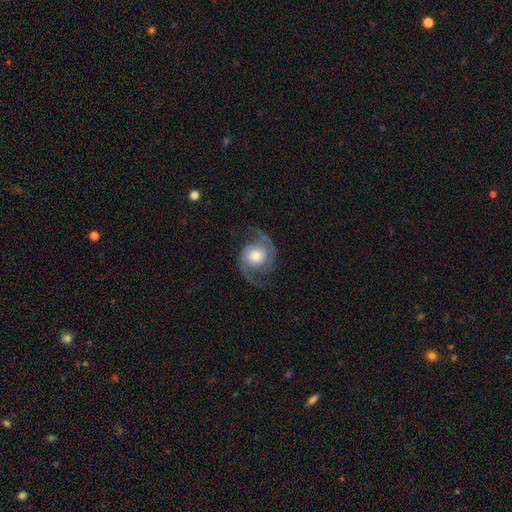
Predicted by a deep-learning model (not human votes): Smooth or featured: featured or disk — 88% (smooth — 7%)
Edge-on disk: no — 98% (yes — 2%)
Bar: no — 73% (weak — 21%)
Spiral arms: yes — 97% (no — 3%)
Spiral winding: medium — 54% (loose — 26%)
Spiral arm count: 2 — 93% (can't tell — 2%)
Bulge size: moderate — 55% (large — 24%)
Merging: none — 78% (minor disturbance — 14%)